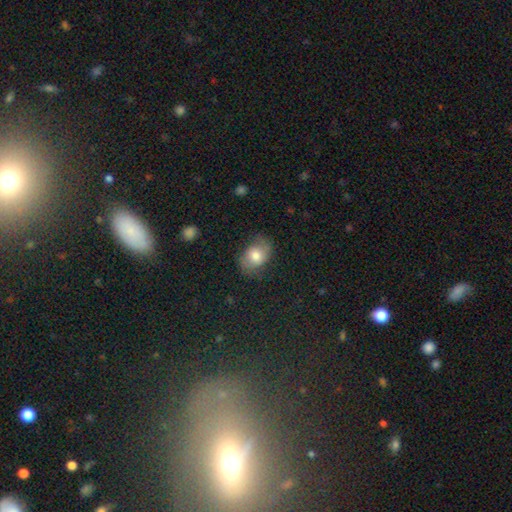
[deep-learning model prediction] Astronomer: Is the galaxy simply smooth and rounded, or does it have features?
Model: smooth — 71%.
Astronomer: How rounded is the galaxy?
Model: in between — 74%.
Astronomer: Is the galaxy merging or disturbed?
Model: none — 65%.